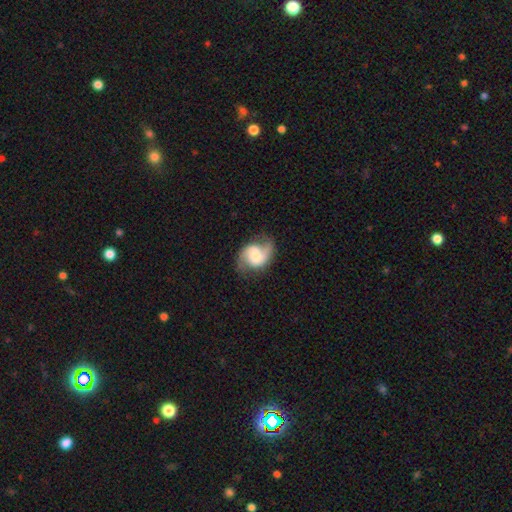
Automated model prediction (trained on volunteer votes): This appears to be a featured or disk galaxy (74%) with a weak bar (45%), 2 (88%) medium (44%) spiral arms (94%) and a moderate central bulge (39%). Merging: none (70%).